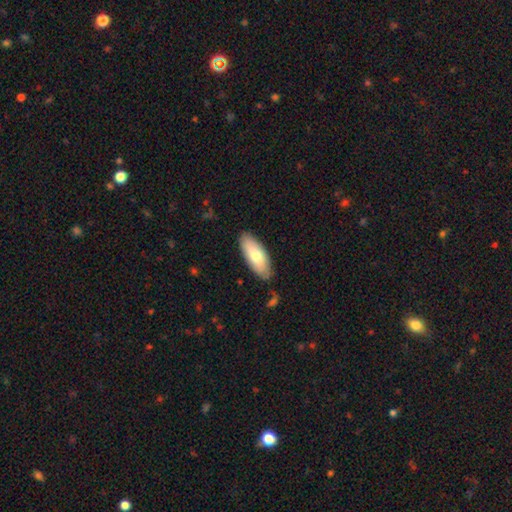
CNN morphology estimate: Q: Smooth or featured?
A: smooth (73%); runner-up: featured or disk (22%)
Q: How rounded?
A: in between (80%); runner-up: cigar-shaped (19%)
Q: Merging?
A: none (80%); runner-up: minor disturbance (14%)